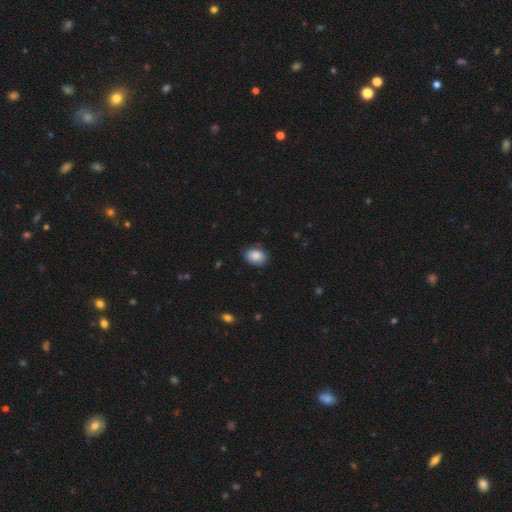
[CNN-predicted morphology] Smooth or featured?
  - smooth: 87% *
  - star or artifact: 7%
  - featured or disk: 5%
How rounded?
  - in between: 74% *
  - round: 25%
  - cigar-shaped: 1%
Merging?
  - none: 84% *
  - minor disturbance: 13%
  - major disturbance: 3%
  - merger: 1%